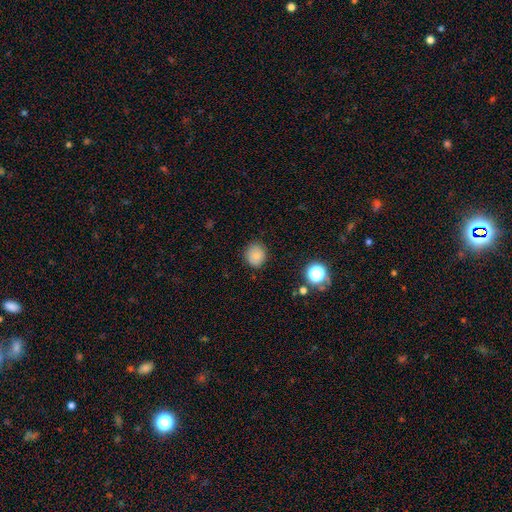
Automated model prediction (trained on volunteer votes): Smooth or featured?
  - smooth: 82% *
  - star or artifact: 12%
  - featured or disk: 6%
How rounded?
  - round: 83% *
  - in between: 16%
  - cigar-shaped: 1%
Merging?
  - none: 84% *
  - minor disturbance: 12%
  - major disturbance: 3%
  - merger: 1%